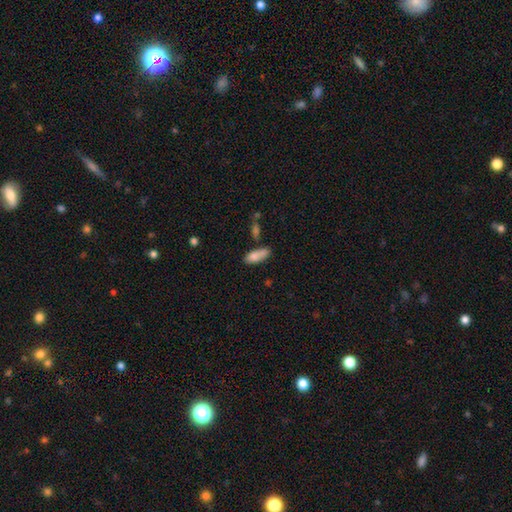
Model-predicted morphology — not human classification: The model was most divided on "merging": none: 53%, minor disturbance: 22%, merger: 18%, major disturbance: 6%. More confident: smooth or featured — smooth (81%); how rounded — in between (77%).